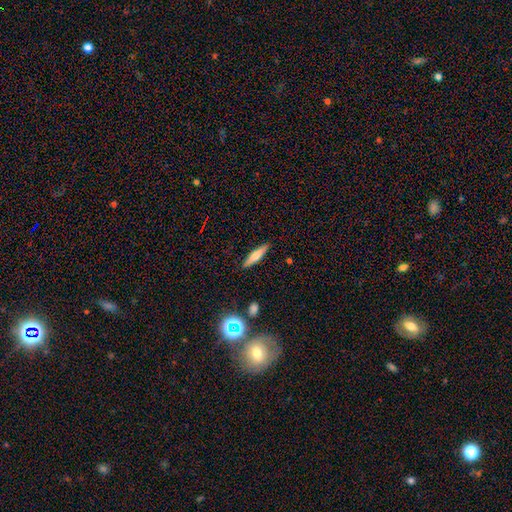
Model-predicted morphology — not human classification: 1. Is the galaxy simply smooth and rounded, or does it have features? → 60% smooth, 31% featured or disk, 8% star or artifact.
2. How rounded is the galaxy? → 83% cigar-shaped, 15% in between, 2% round.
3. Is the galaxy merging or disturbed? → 89% none, 8% minor disturbance, 2% major disturbance, 1% merger.